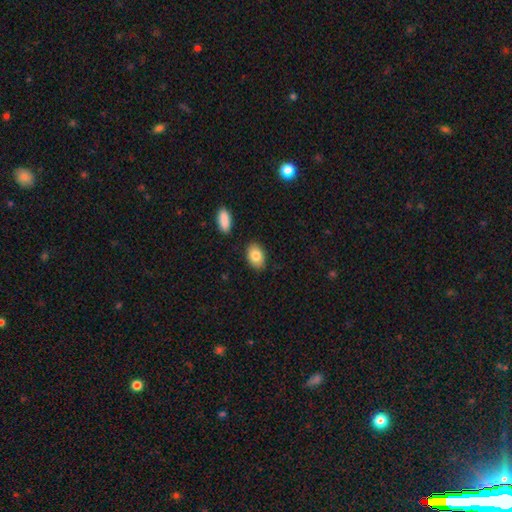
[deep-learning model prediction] Smooth or featured? Predicted: smooth (p=0.84). How rounded? Predicted: in between (p=0.90). Merging? Predicted: none (p=0.85).